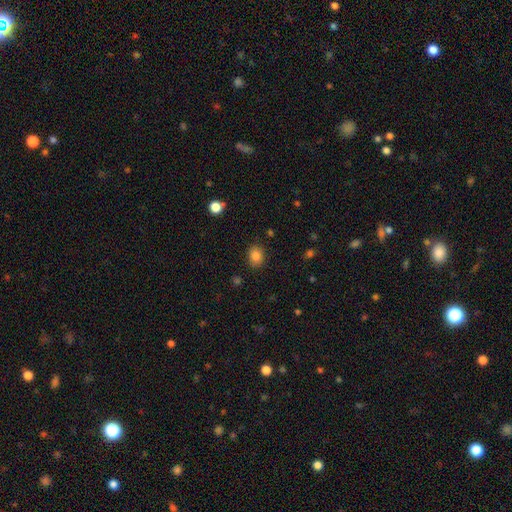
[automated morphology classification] smooth 84%, star or artifact 10%, featured or disk 5%. Down the decision tree: how rounded — in between (53%); merging — none (85%).